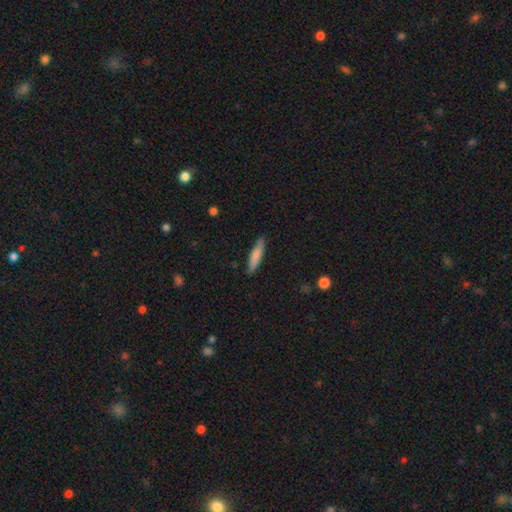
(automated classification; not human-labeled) smooth 78%, featured or disk 17%, star or artifact 5%. Down the decision tree: how rounded — cigar-shaped (81%); merging — none (86%).